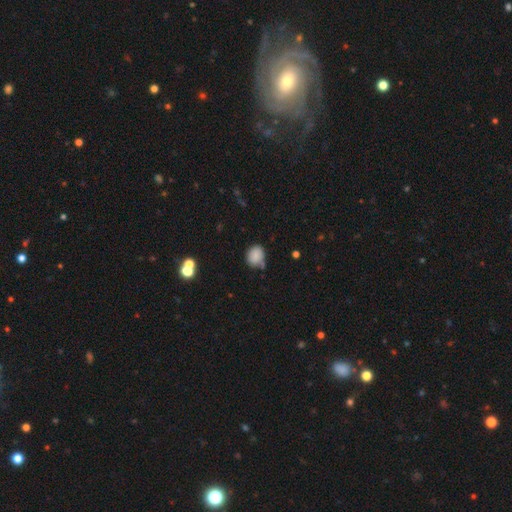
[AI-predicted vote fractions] Smooth or featured: smooth — 84% (star or artifact — 10%)
How rounded: round — 58% (in between — 41%)
Merging: none — 65% (minor disturbance — 22%)